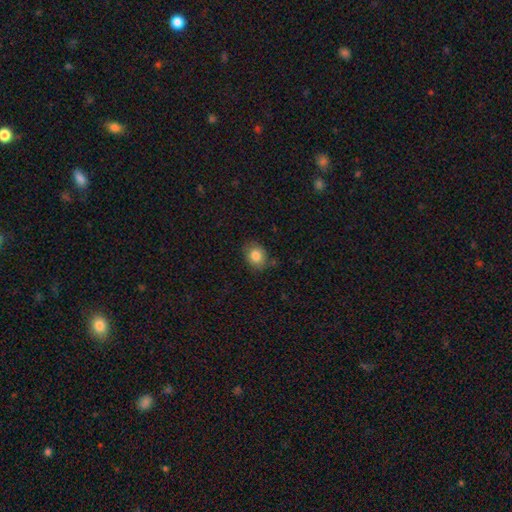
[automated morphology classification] Smooth or featured?
  - smooth: 83% *
  - star or artifact: 9%
  - featured or disk: 8%
How rounded?
  - round: 50% *
  - in between: 49%
  - cigar-shaped: 1%
Merging?
  - none: 78% *
  - minor disturbance: 16%
  - major disturbance: 3%
  - merger: 2%